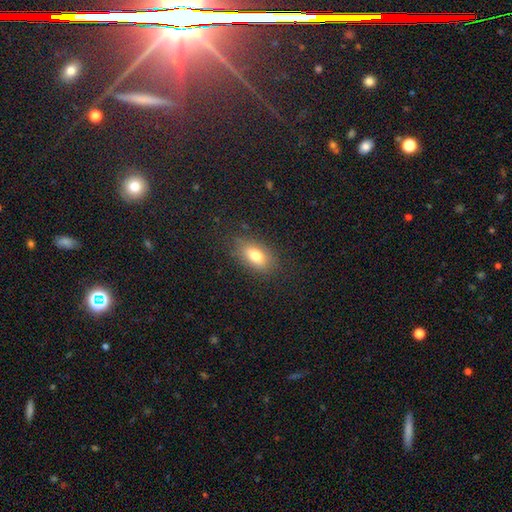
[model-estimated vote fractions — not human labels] Smooth or featured? smooth (77%)
How rounded? in between (86%)
Merging? none (82%)